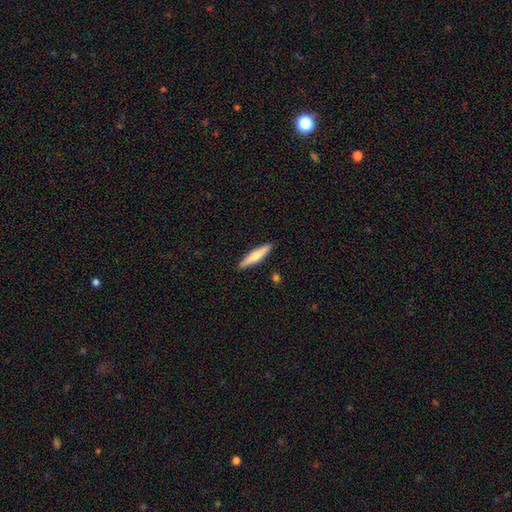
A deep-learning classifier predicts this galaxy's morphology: This appears to be a smooth galaxy with no disk features (55%) that is cigar-shaped (86%). Merging: none (90%).